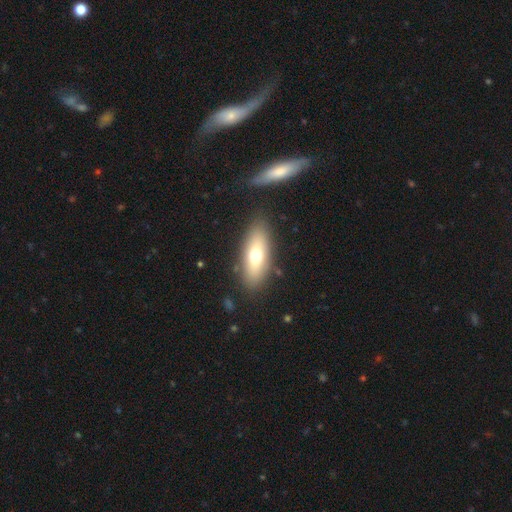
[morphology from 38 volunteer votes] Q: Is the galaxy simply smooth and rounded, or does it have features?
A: smooth — 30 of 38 (79%).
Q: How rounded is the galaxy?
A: in between — 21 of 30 (70%).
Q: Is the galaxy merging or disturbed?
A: none — 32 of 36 (89%).